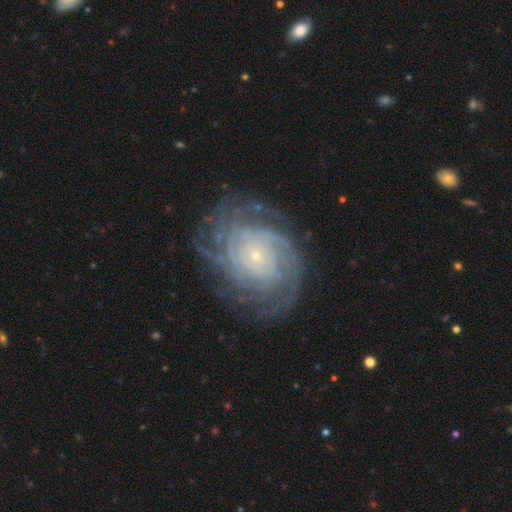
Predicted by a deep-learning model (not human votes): Smooth or featured? Predicted: featured or disk (p=0.86). Edge-on disk? Predicted: no (p=0.97). Bar? Predicted: no (p=0.80). Spiral arms? Predicted: yes (p=0.96). Spiral winding? Predicted: tight (p=0.77). Spiral arm count? Predicted: can't tell (p=0.30). Bulge size? Predicted: small (p=0.85). Merging? Predicted: none (p=0.76).